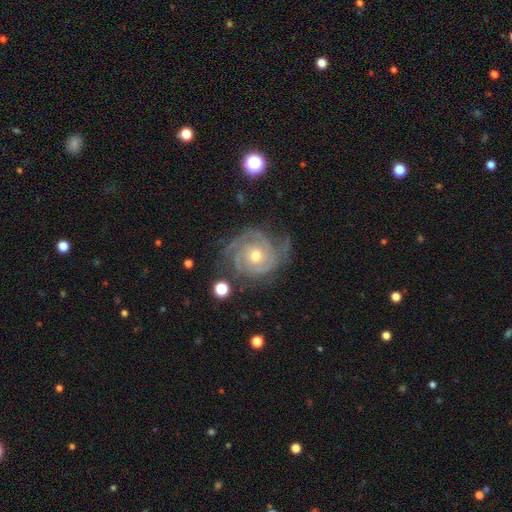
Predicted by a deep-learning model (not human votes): Q: Smooth or featured?
A: featured or disk (90%); runner-up: star or artifact (5%)
Q: Edge-on disk?
A: no (98%); runner-up: yes (2%)
Q: Bar?
A: no (76%); runner-up: weak (18%)
Q: Spiral arms?
A: yes (98%); runner-up: no (2%)
Q: Spiral winding?
A: tight (74%); runner-up: medium (23%)
Q: Spiral arm count?
A: 3 (40%); runner-up: 2 (22%)
Q: Bulge size?
A: moderate (55%); runner-up: small (42%)
Q: Merging?
A: none (72%); runner-up: minor disturbance (18%)